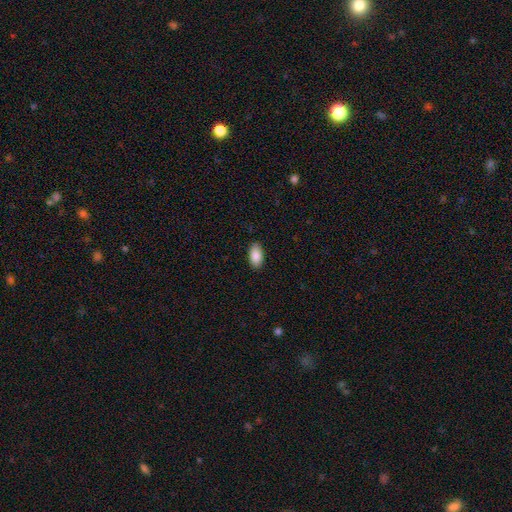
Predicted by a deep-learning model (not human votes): Smooth or featured? smooth (88%)
How rounded? in between (94%)
Merging? none (89%)